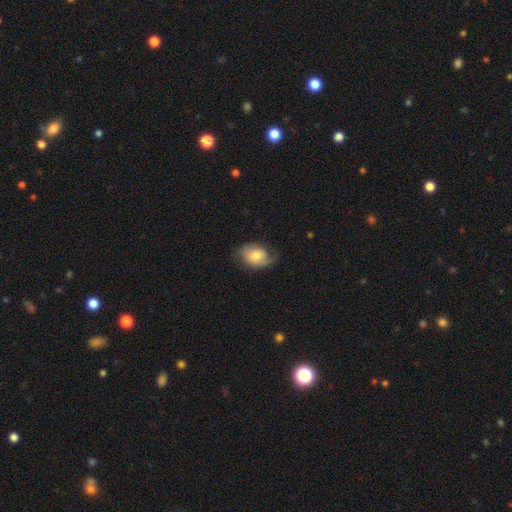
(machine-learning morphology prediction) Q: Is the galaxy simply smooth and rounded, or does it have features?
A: smooth — 58%.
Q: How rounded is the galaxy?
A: in between — 72%.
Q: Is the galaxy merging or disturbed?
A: none — 51%.